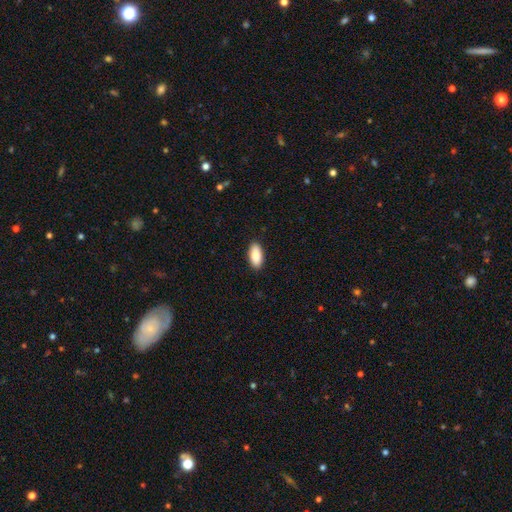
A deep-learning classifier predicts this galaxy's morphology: Smooth or featured? smooth (84%)
How rounded? in between (91%)
Merging? none (90%)